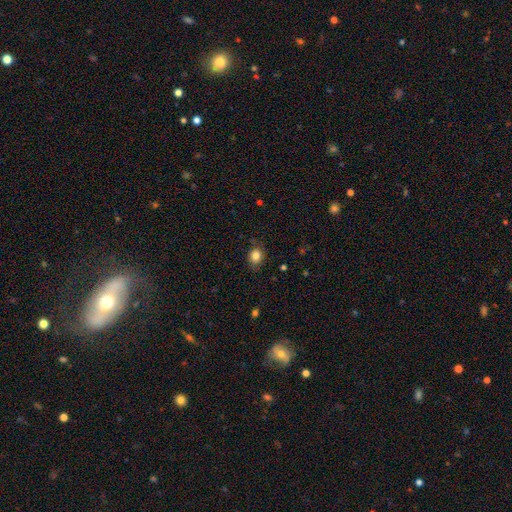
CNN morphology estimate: smooth_or_featured: smooth (p=0.84) [alt: star or artifact p=0.10]
how_rounded: round (p=0.56) [alt: in between p=0.43]
merging: none (p=0.80) [alt: minor disturbance p=0.16]